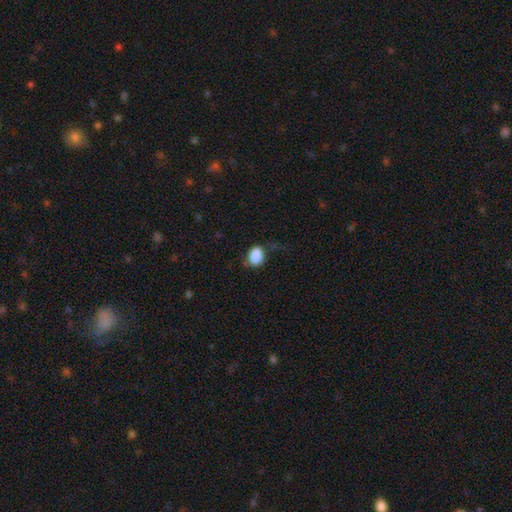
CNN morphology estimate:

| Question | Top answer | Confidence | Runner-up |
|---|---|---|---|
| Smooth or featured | smooth | 87% | star or artifact (8%) |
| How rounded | in between | 69% | round (30%) |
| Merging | none | 64% | minor disturbance (24%) |